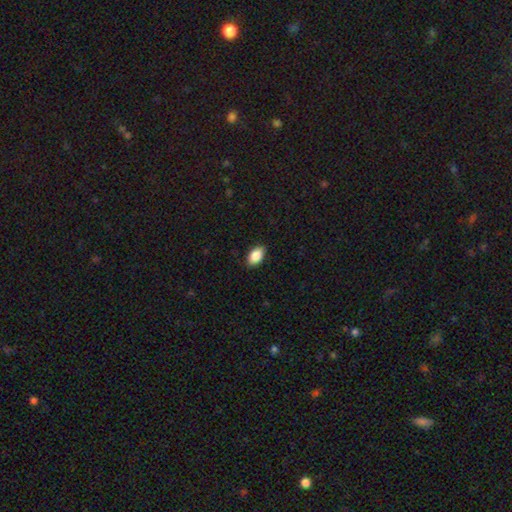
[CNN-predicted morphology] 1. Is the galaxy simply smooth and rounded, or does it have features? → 88% smooth, 7% star or artifact, 5% featured or disk.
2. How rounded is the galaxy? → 92% in between, 6% round, 2% cigar-shaped.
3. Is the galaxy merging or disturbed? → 88% none, 9% minor disturbance, 2% major disturbance, 1% merger.